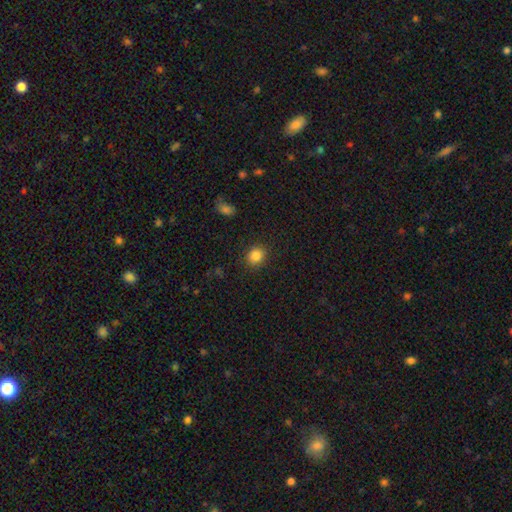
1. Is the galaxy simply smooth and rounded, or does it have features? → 92% smooth, 5% star or artifact, 3% featured or disk.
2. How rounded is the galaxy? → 69% round, 31% in between, 0% cigar-shaped.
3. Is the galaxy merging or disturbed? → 94% none, 3% minor disturbance, 3% major disturbance, 0% merger.